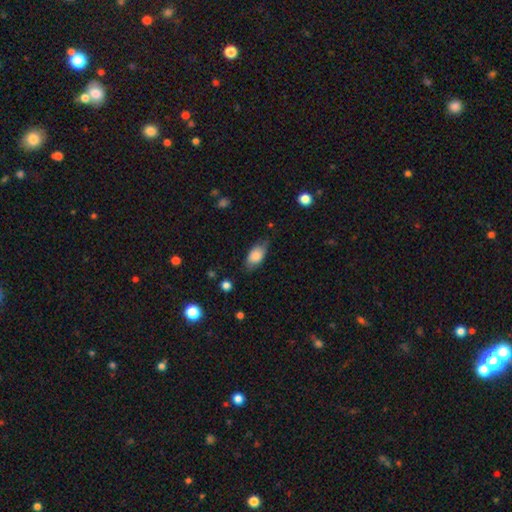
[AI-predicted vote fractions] smooth 81%, featured or disk 12%, star or artifact 7%. Down the decision tree: how rounded — in between (89%); merging — none (67%).